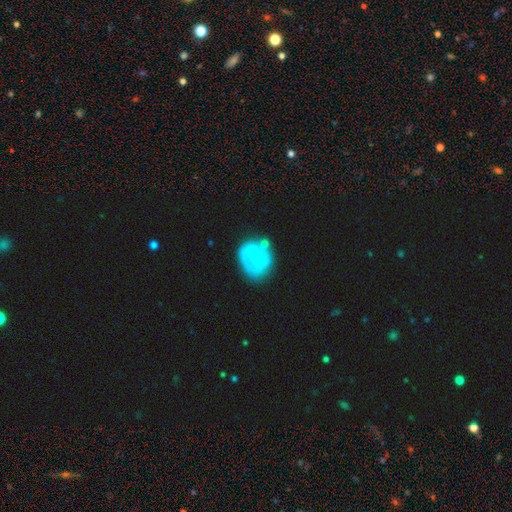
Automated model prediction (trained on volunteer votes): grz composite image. It shows a featured or disk galaxy (82%) with a weak bar (47%), 2 (80%) medium (49%) spiral arms (90%) and a small central bulge (66%). Merging: none (60%).